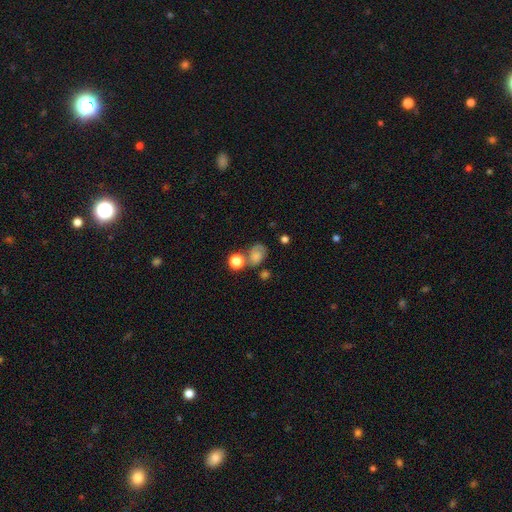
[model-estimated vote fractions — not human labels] A smooth galaxy with no disk features (65%) that is in between round and cigar-shaped (56%). Merging: none (45%).